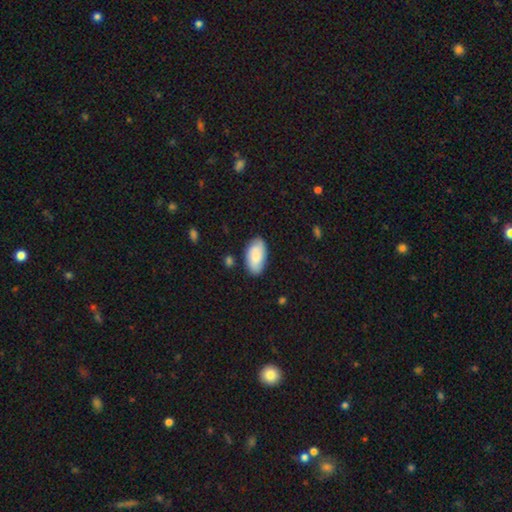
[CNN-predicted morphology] type=smooth (82%); roundness=in between (95%); merging=none (81%).